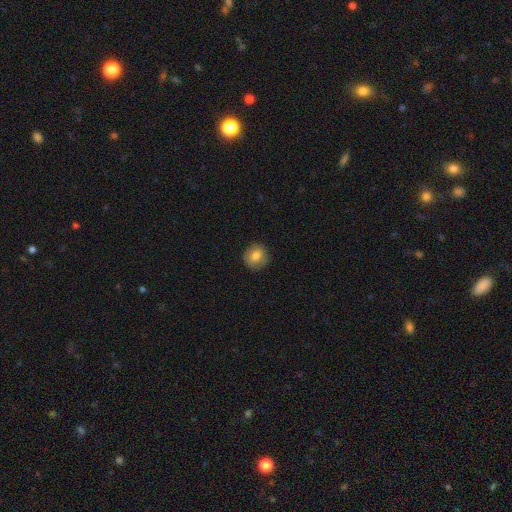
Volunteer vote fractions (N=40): A smooth galaxy with no disk features (78%) that is round (84%). Merging: none (97%).